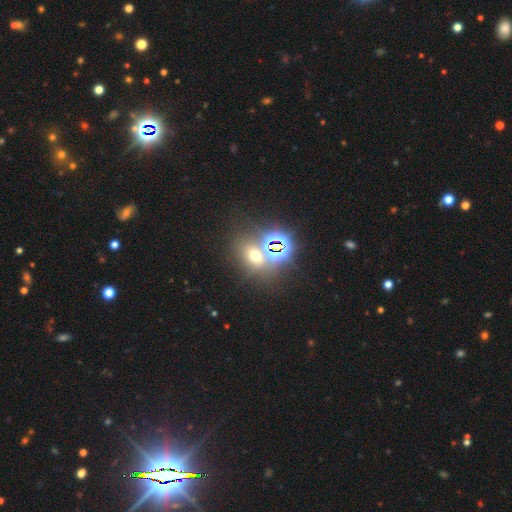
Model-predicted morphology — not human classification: A star or artifact, not a galaxy (44%, tied with smooth).